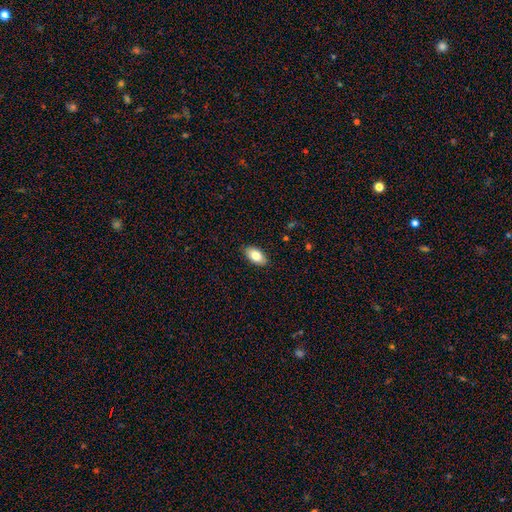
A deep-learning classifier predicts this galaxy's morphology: A smooth galaxy with no disk features (82%) that is in between round and cigar-shaped (93%).

Vote fractions:
- Smooth or featured? smooth: 82% / featured or disk: 12% / star or artifact: 7%
- How rounded? in between: 93% / round: 4% / cigar-shaped: 3%
- Merging? none: 88% / minor disturbance: 9% / major disturbance: 2% / merger: 1%